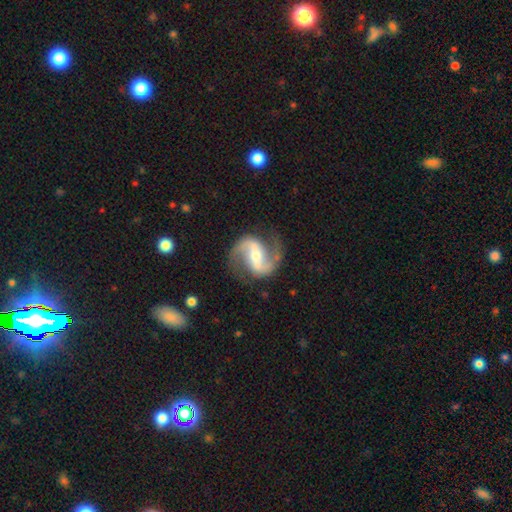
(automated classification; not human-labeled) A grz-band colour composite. It shows a featured or disk galaxy (92%) with a strong bar (48%), 2 (94%) medium (53%) spiral arms (98%) and a moderate central bulge (49%). Merging: none (81%).